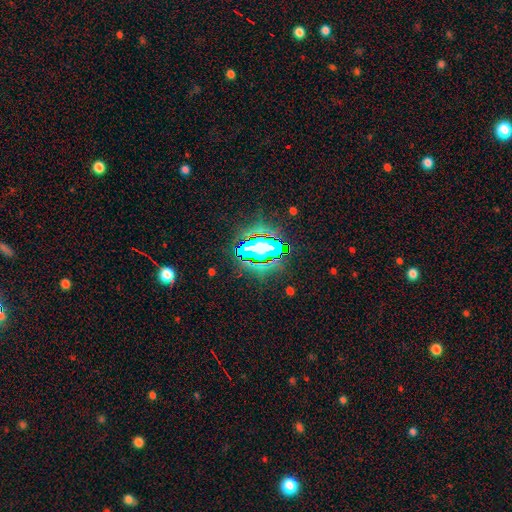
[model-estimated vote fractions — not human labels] The model was most divided on "smooth or featured": star or artifact: 81%, smooth: 11%, featured or disk: 8%.